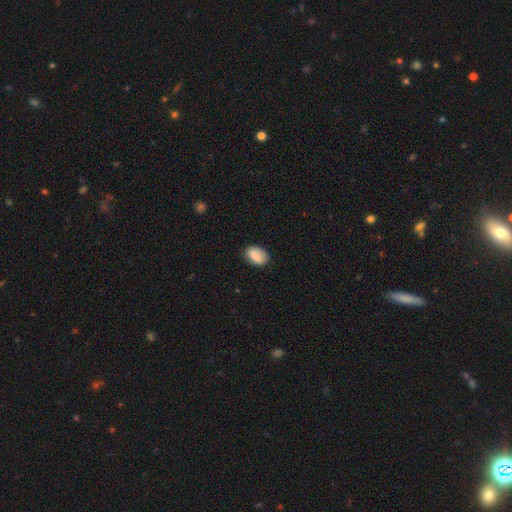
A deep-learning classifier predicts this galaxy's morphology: Smooth or featured? Predicted: smooth (p=0.88). How rounded? Predicted: in between (p=0.88). Merging? Predicted: none (p=0.81).